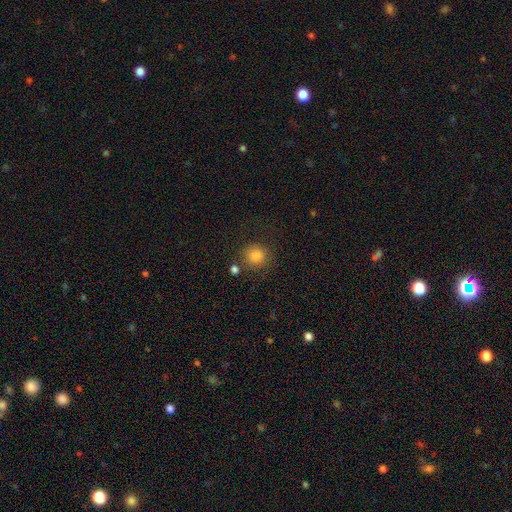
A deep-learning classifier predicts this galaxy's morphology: smooth_or_featured: smooth (p=0.84) [alt: star or artifact p=0.12]
how_rounded: round (p=0.90) [alt: in between p=0.09]
merging: none (p=0.80) [alt: minor disturbance p=0.10]